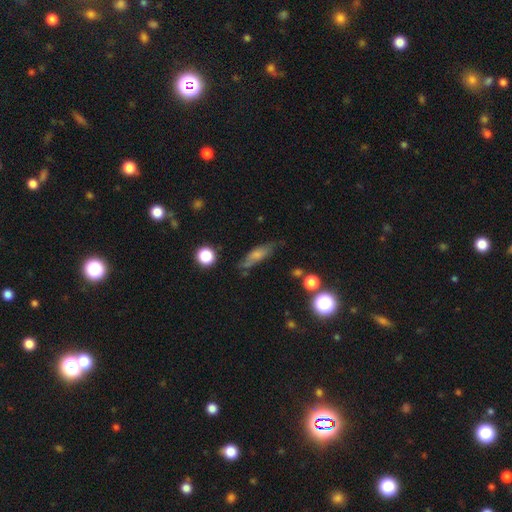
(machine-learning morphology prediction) Smooth or featured? Predicted: smooth (p=0.55). How rounded? Predicted: cigar-shaped (p=0.57). Merging? Predicted: none (p=0.69).